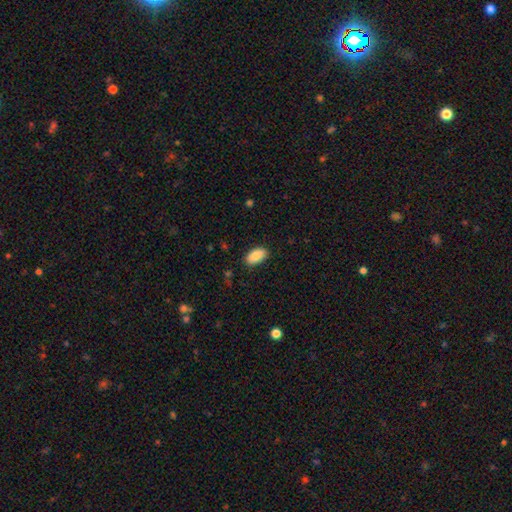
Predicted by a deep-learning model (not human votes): A smooth galaxy with no disk features (87%) that is in between round and cigar-shaped (94%).

Vote fractions:
- Smooth or featured? smooth: 87% / star or artifact: 7% / featured or disk: 6%
- How rounded? in between: 94% / round: 3% / cigar-shaped: 3%
- Merging? none: 86% / minor disturbance: 11% / major disturbance: 2% / merger: 1%